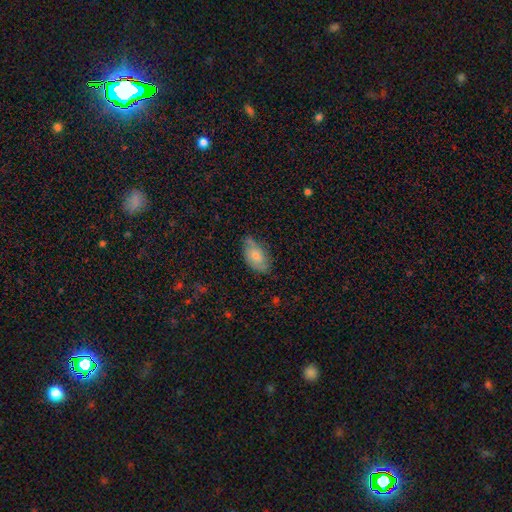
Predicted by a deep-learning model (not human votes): smooth-or-featured: smooth: 62% | featured or disk: 32% | star or artifact: 7%
  how-rounded: in between: 91% | round: 6% | cigar-shaped: 3%
  merging: none: 60% | minor disturbance: 31% | major disturbance: 7% | merger: 2%